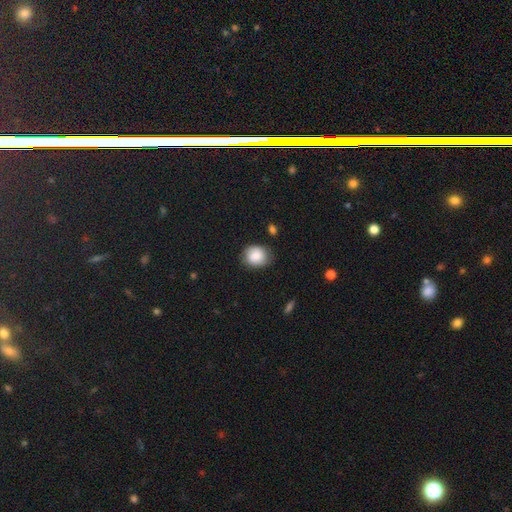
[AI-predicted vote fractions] smooth_or_featured: smooth (p=0.81) [alt: featured or disk p=0.11]
how_rounded: round (p=0.64) [alt: in between p=0.35]
merging: none (p=0.75) [alt: minor disturbance p=0.19]